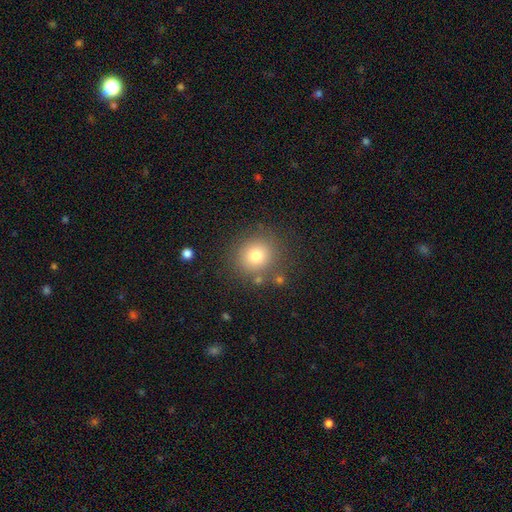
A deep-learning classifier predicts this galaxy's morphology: Smooth or featured? smooth (76%)
How rounded? round (89%)
Merging? none (82%)